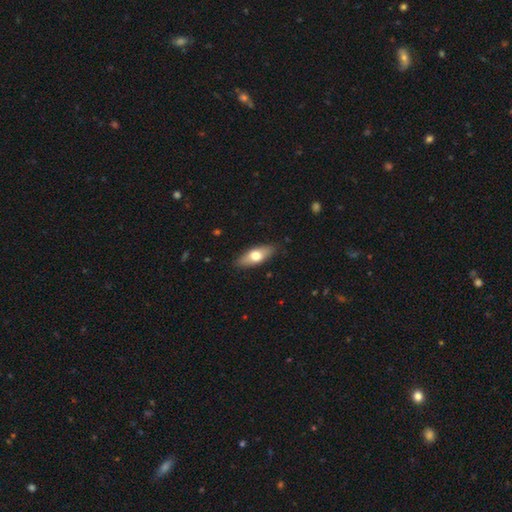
Volunteers were most divided on "smooth or featured": smooth: 72%, featured or disk: 25%, star or artifact: 2%. More confident: merging — none (90%); how rounded — in between (83%).